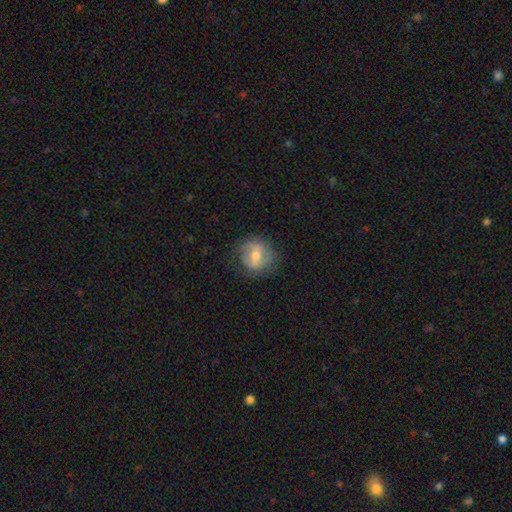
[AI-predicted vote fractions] Smooth or featured? Predicted: smooth (p=0.48). Merging? Predicted: none (p=0.75).